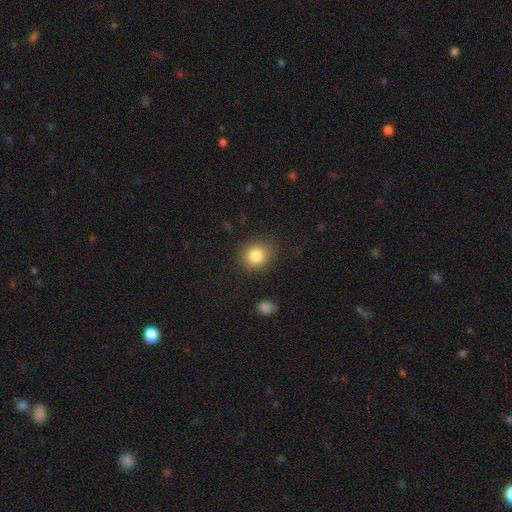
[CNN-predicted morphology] smooth-or-featured: smooth: 84% | star or artifact: 10% | featured or disk: 7%
  how-rounded: round: 77% | in between: 22% | cigar-shaped: 1%
  merging: none: 86% | minor disturbance: 9% | major disturbance: 3% | merger: 2%